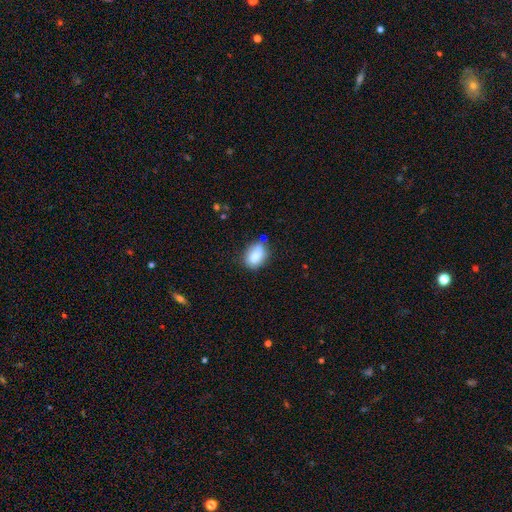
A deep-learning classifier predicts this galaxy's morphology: A smooth galaxy with no disk features (79%) that is in between round and cigar-shaped (80%).

Vote fractions:
- Smooth or featured? smooth: 79% / featured or disk: 13% / star or artifact: 8%
- How rounded? in between: 80% / round: 17% / cigar-shaped: 3%
- Merging? none: 63% / minor disturbance: 24% / merger: 7% / major disturbance: 6%